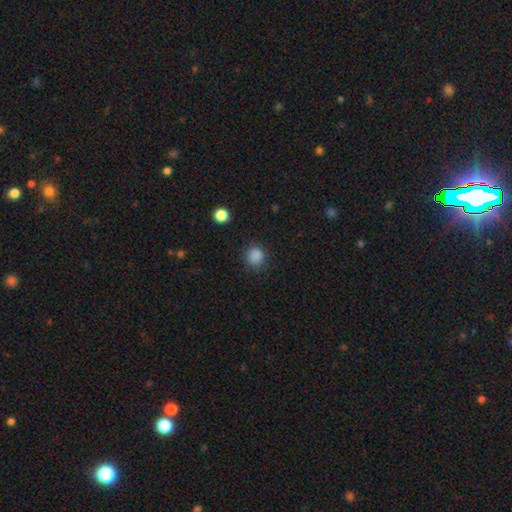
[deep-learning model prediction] smooth 86%, star or artifact 11%, featured or disk 3%. Down the decision tree: how rounded — round (86%); merging — none (86%).